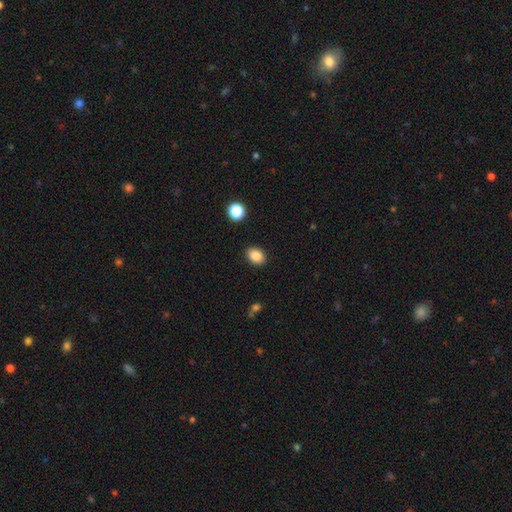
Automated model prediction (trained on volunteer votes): Smooth or featured: smooth — 87% (star or artifact — 9%)
How rounded: in between — 71% (round — 28%)
Merging: none — 88% (minor disturbance — 8%)